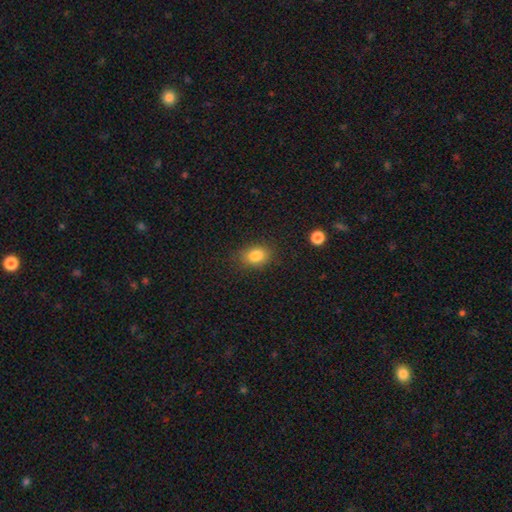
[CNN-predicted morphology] A smooth galaxy with no disk features (84%) that is in between round and cigar-shaped (72%). Merging: none (81%).